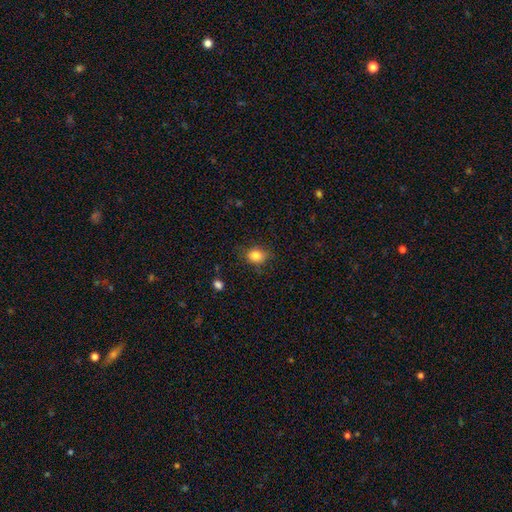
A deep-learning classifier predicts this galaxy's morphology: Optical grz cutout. It shows a smooth galaxy with no disk features (83%) that is round (51%). Merging: none (79%).